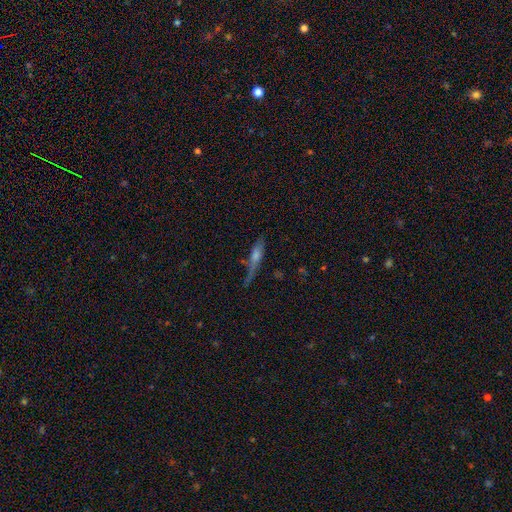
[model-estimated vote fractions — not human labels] smooth-or-featured: featured or disk: 46% | smooth: 41% | star or artifact: 13%
  merging: none: 55% | minor disturbance: 24% | major disturbance: 12% | merger: 8%